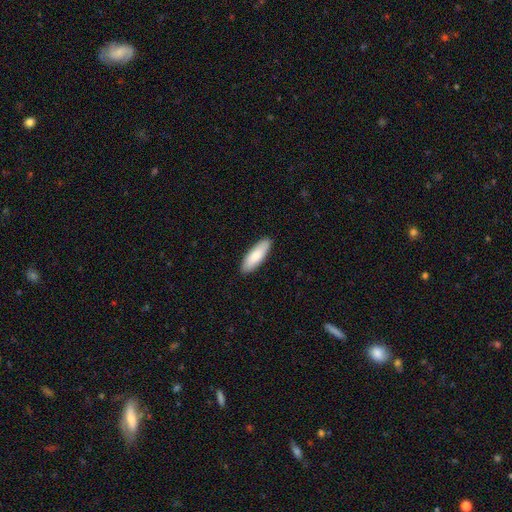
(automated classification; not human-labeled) This is clearly a smooth galaxy (82%). How rounded: possibly in between (53%). Merging: clearly none (90%).